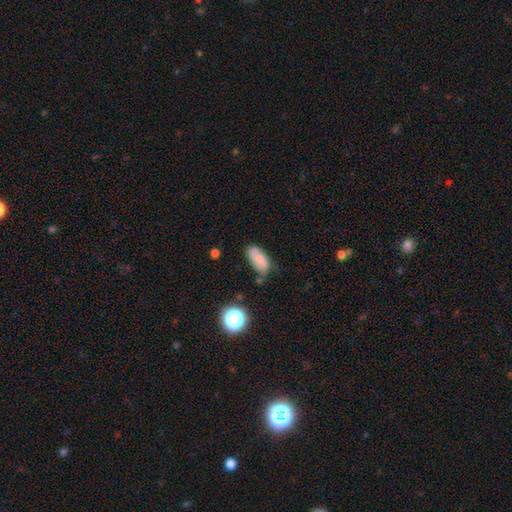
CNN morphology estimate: smooth-or-featured: smooth: 69% | featured or disk: 18% | star or artifact: 13%
  how-rounded: in between: 88% | round: 6% | cigar-shaped: 6%
  merging: none: 62% | minor disturbance: 25% | merger: 7% | major disturbance: 6%